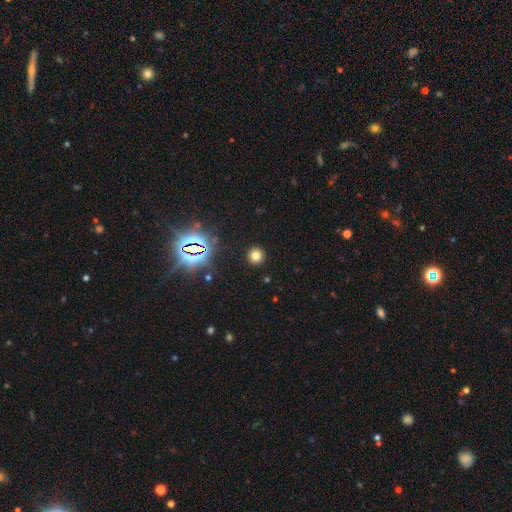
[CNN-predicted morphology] Q: Smooth or featured?
A: smooth (73%); runner-up: star or artifact (20%)
Q: How rounded?
A: round (94%); runner-up: in between (5%)
Q: Merging?
A: none (92%); runner-up: minor disturbance (5%)